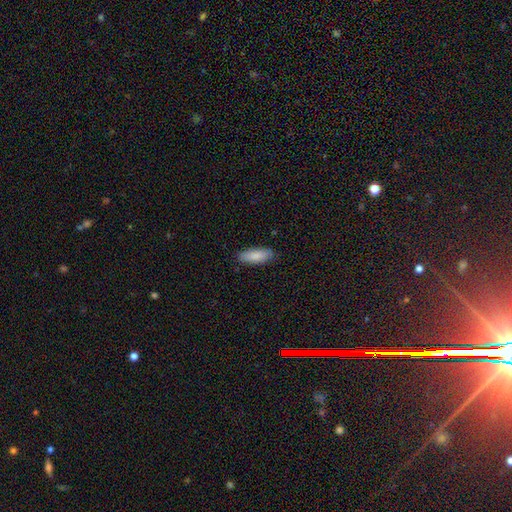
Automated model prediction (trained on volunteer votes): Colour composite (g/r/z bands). It shows a smooth galaxy with no disk features (87%) that is in between round and cigar-shaped (66%). Merging: none (86%).